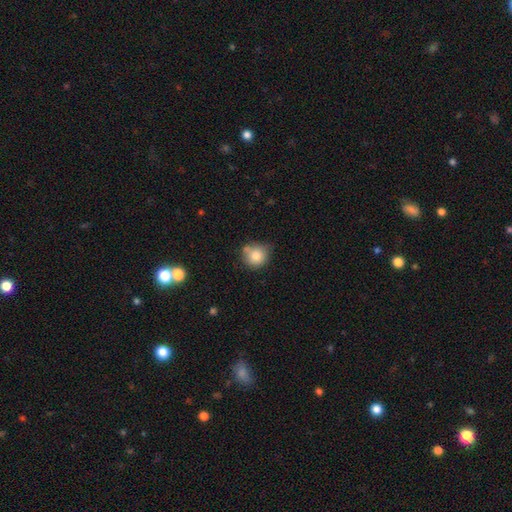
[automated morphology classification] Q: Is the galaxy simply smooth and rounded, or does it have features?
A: smooth — 80%.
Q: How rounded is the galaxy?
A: round — 87%.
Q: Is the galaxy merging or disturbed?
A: none — 59%.